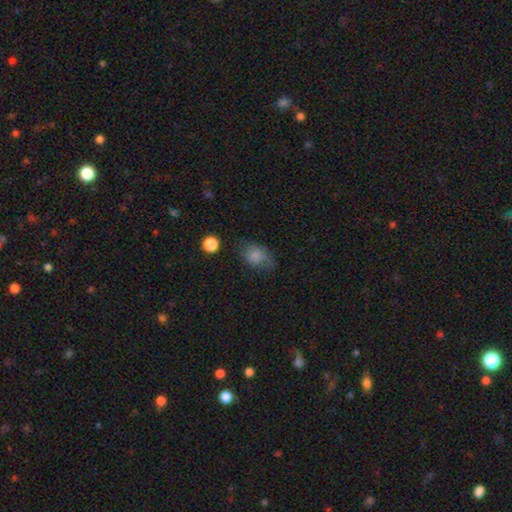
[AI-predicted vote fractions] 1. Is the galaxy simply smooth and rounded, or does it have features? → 75% smooth, 14% featured or disk, 11% star or artifact.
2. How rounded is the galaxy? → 68% in between, 31% round, 1% cigar-shaped.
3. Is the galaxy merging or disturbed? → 53% none, 30% minor disturbance, 14% major disturbance, 2% merger.